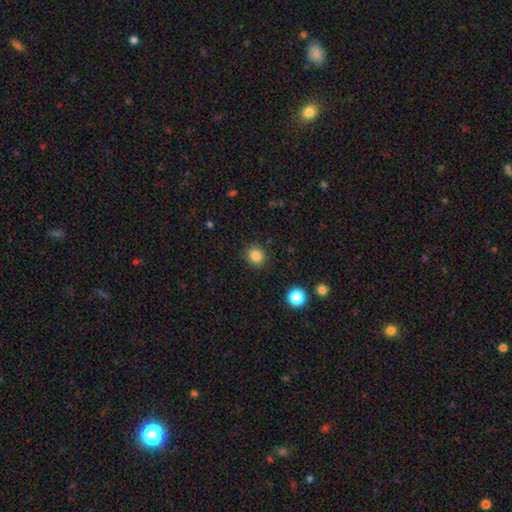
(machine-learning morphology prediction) Smooth or featured? smooth (84%)
How rounded? round (82%)
Merging? none (89%)